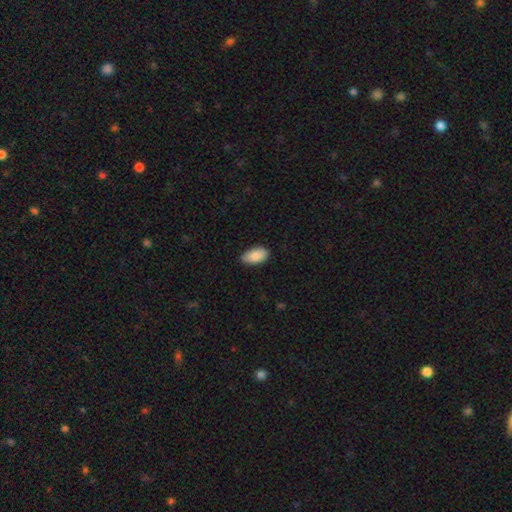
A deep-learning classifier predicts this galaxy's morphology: A smooth galaxy with no disk features (88%) that is in between round and cigar-shaped (94%).

Vote fractions:
- Smooth or featured? smooth: 88% / star or artifact: 7% / featured or disk: 5%
- How rounded? in between: 94% / cigar-shaped: 3% / round: 2%
- Merging? none: 77% / minor disturbance: 20% / major disturbance: 3% / merger: 1%